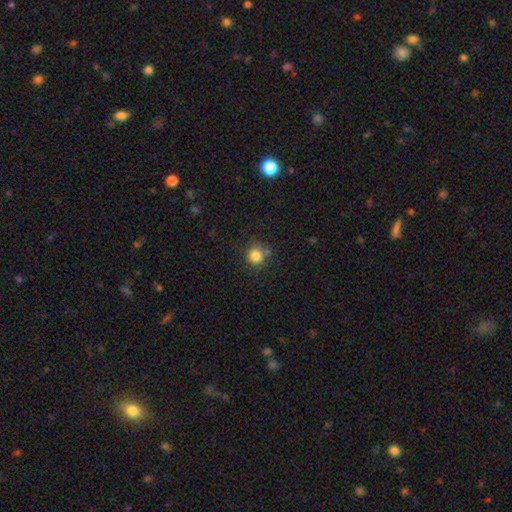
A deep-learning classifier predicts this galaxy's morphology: smooth-or-featured: smooth: 82% | star or artifact: 11% | featured or disk: 6%
  how-rounded: round: 89% | in between: 10% | cigar-shaped: 1%
  merging: none: 70% | minor disturbance: 16% | merger: 9% | major disturbance: 5%